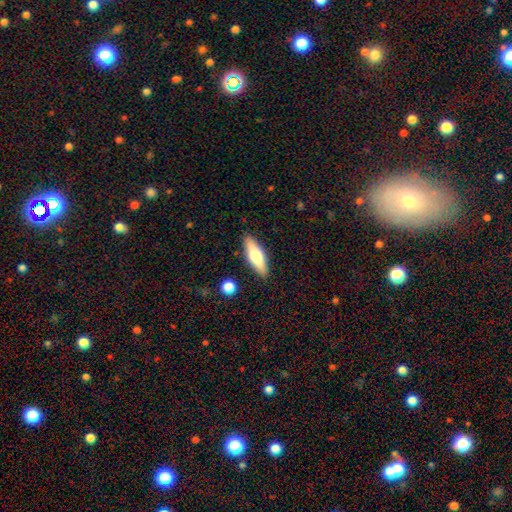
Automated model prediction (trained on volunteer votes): smooth_or_featured: smooth (p=0.58) [alt: featured or disk p=0.35]
how_rounded: in between (p=0.52) [alt: cigar-shaped p=0.46]
merging: none (p=0.87) [alt: minor disturbance p=0.09]